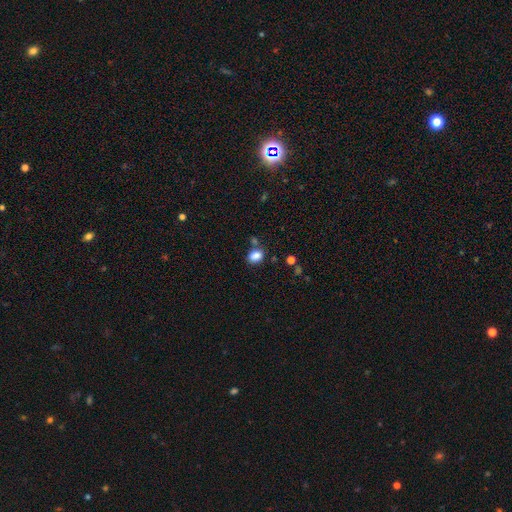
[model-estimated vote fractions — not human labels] smooth_or_featured: smooth (p=0.86) [alt: star or artifact p=0.10]
how_rounded: in between (p=0.70) [alt: round p=0.29]
merging: none (p=0.69) [alt: minor disturbance p=0.15]